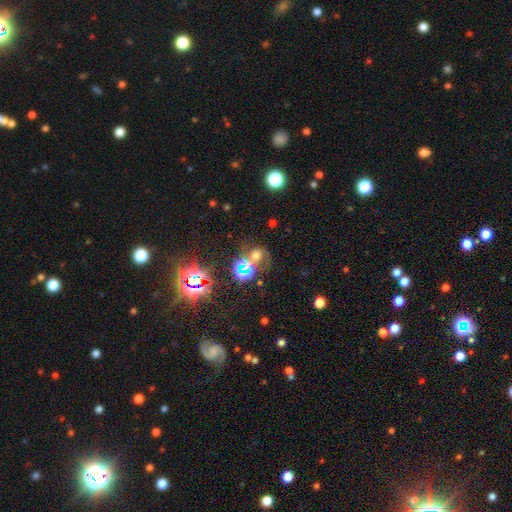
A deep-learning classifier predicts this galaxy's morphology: A star or artifact, not a galaxy (40%).